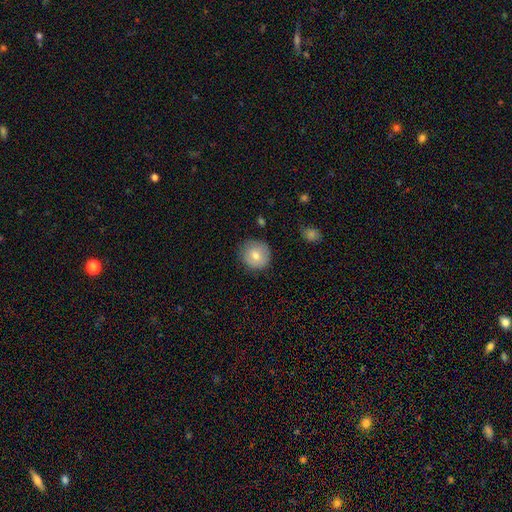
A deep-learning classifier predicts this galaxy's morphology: The model was most divided on "smooth or featured": smooth: 76%, featured or disk: 16%, star or artifact: 8%. More confident: how rounded — round (93%); merging — none (85%).